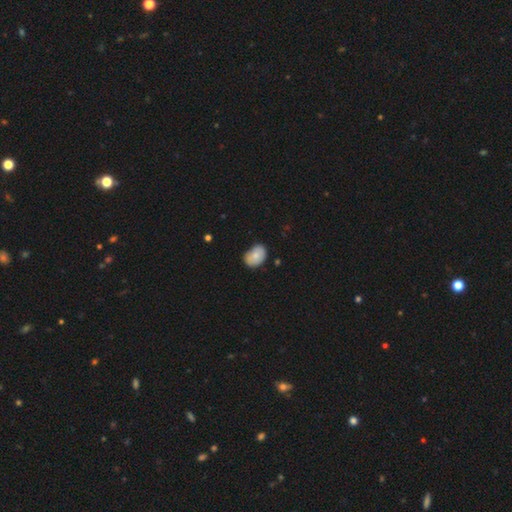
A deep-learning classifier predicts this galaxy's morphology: Q: Smooth or featured?
A: smooth (82%); runner-up: featured or disk (11%)
Q: How rounded?
A: in between (81%); runner-up: round (18%)
Q: Merging?
A: none (73%); runner-up: minor disturbance (22%)